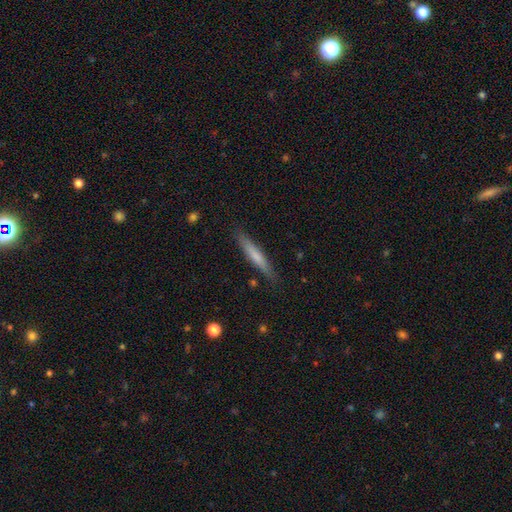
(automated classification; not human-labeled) This appears to be a smooth galaxy with no disk features (63%) that is cigar-shaped (94%). Merging: none (88%).